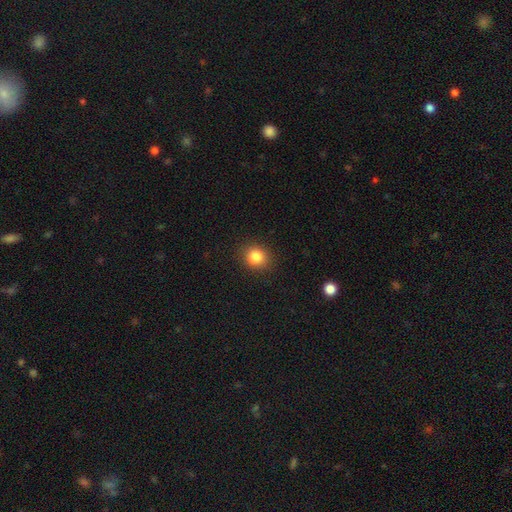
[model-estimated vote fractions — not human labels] The model was most divided on "how rounded": round: 77%, in between: 22%, cigar-shaped: 1%. More confident: merging — none (89%); smooth or featured — smooth (84%).